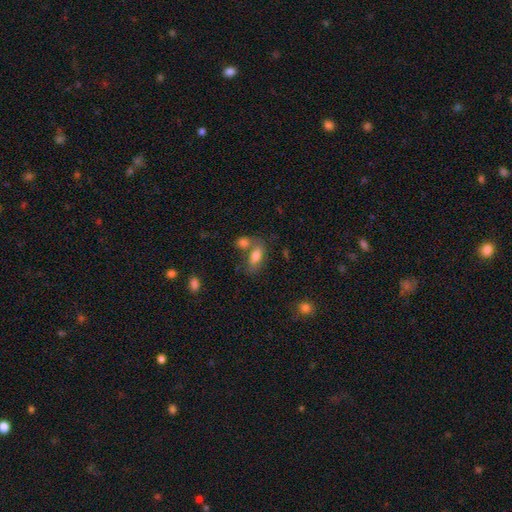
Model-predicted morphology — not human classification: A smooth galaxy with no disk features (77%) that is in between round and cigar-shaped (84%).

Vote fractions:
- Smooth or featured? smooth: 77% / featured or disk: 15% / star or artifact: 8%
- How rounded? in between: 84% / cigar-shaped: 11% / round: 5%
- Merging? none: 50% / merger: 32% / minor disturbance: 13% / major disturbance: 5%